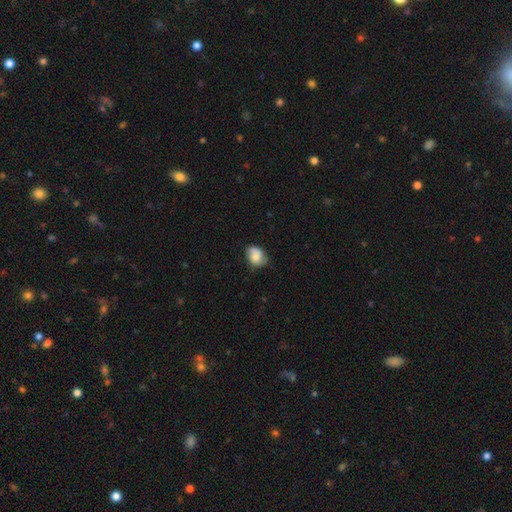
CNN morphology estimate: This is likely a smooth galaxy (71%). How rounded: possibly in between (59%). Merging: possibly none (59%).